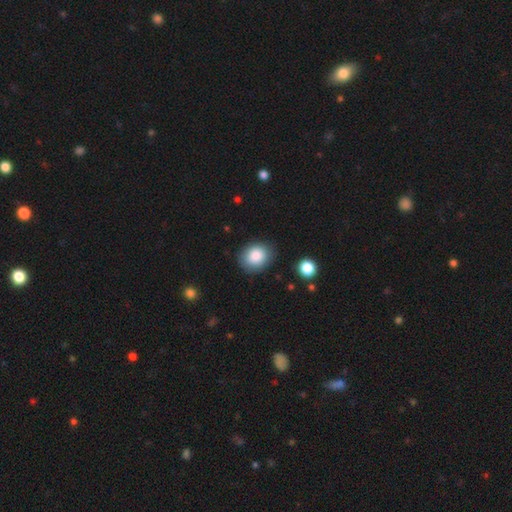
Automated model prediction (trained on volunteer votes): This appears to be a smooth galaxy with no disk features (85%) that is round (60%). Merging: none (83%).